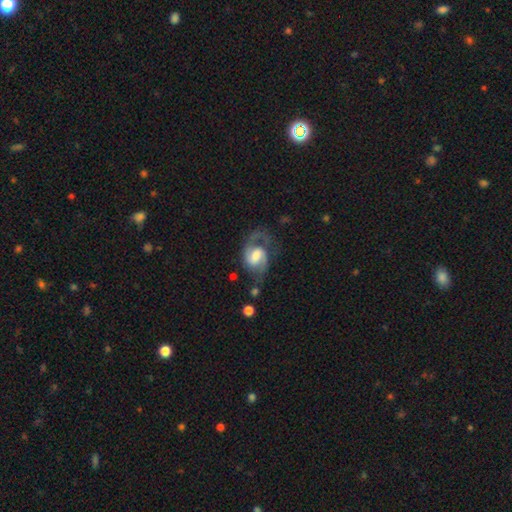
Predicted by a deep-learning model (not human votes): smooth_or_featured: featured or disk (p=0.77) [alt: smooth p=0.17]
disk_edge_on: no (p=0.97) [alt: yes p=0.03]
bar: weak (p=0.52) [alt: no p=0.30]
has_spiral_arms: yes (p=0.92) [alt: no p=0.08]
spiral_winding: medium (p=0.52) [alt: loose p=0.30]
spiral_arm_count: 2 (p=0.81) [alt: 1 p=0.11]
bulge_size: large (p=0.36) [tied with: moderate p=0.36]
merging: none (p=0.52) [alt: major disturbance p=0.22]